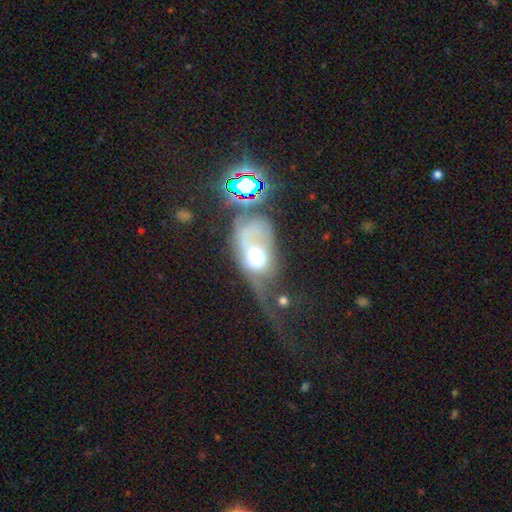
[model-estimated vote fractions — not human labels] The model was most divided on "smooth or featured": featured or disk: 44%, smooth: 42%, star or artifact: 15%. More confident: merging — major disturbance (52%).